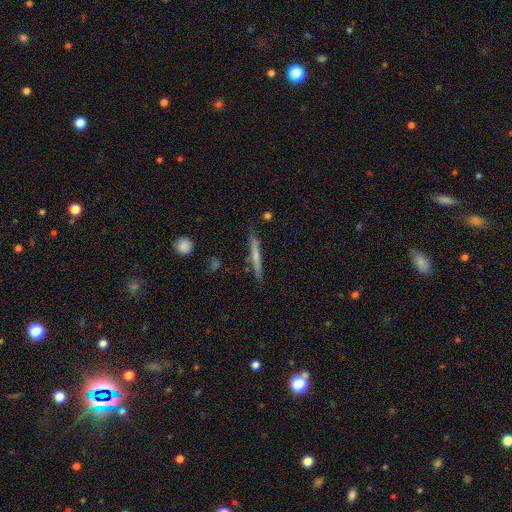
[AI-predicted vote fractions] A smooth galaxy with no disk features (57%) that is cigar-shaped (95%). Merging: none (83%).